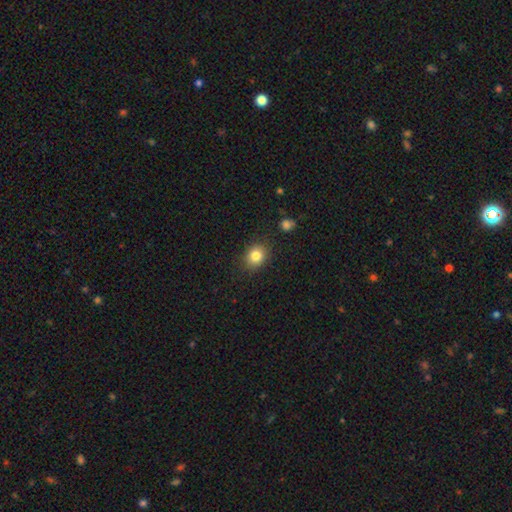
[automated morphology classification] Smooth or featured?
  - smooth: 83% *
  - star or artifact: 10%
  - featured or disk: 7%
How rounded?
  - round: 61% *
  - in between: 38%
  - cigar-shaped: 1%
Merging?
  - none: 85% *
  - minor disturbance: 10%
  - major disturbance: 3%
  - merger: 2%